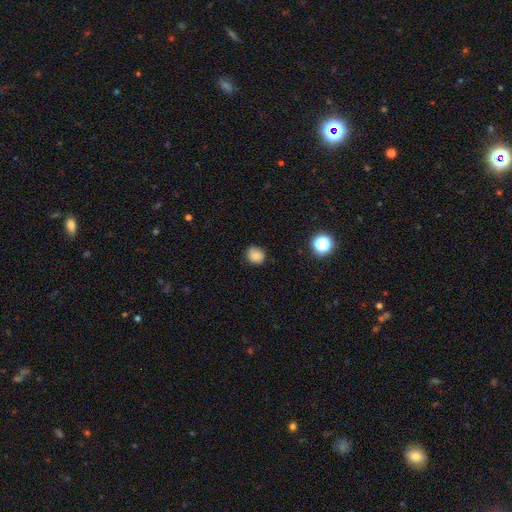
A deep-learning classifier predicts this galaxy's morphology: Smooth or featured?
  - smooth: 84% *
  - star or artifact: 11%
  - featured or disk: 5%
How rounded?
  - round: 82% *
  - in between: 17%
  - cigar-shaped: 1%
Merging?
  - none: 81% *
  - minor disturbance: 15%
  - major disturbance: 3%
  - merger: 1%